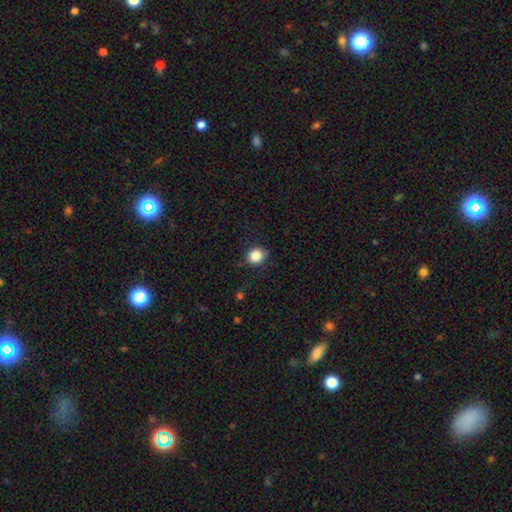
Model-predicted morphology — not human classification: The model was most divided on "how rounded": round: 76%, in between: 24%, cigar-shaped: 1%. More confident: smooth or featured — smooth (85%); merging — none (82%).